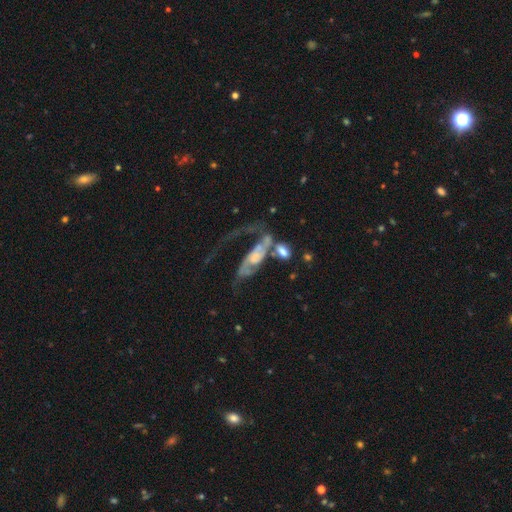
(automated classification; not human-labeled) Morphology: type=featured or disk (71%); edge-on=no (89%); bar=no (61%); spiral arms=yes (81%); winding=loose (55%); arm count=2 (56%); bulge=small (29%); merging=major disturbance (38%).